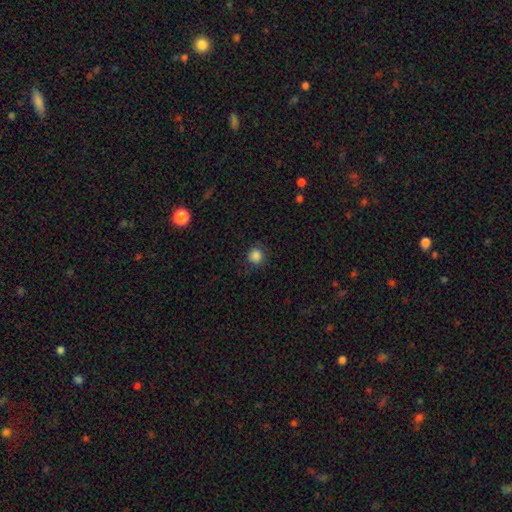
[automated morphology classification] Overall: smooth (86%). How rounded: round (93%). Merging: none (85%).